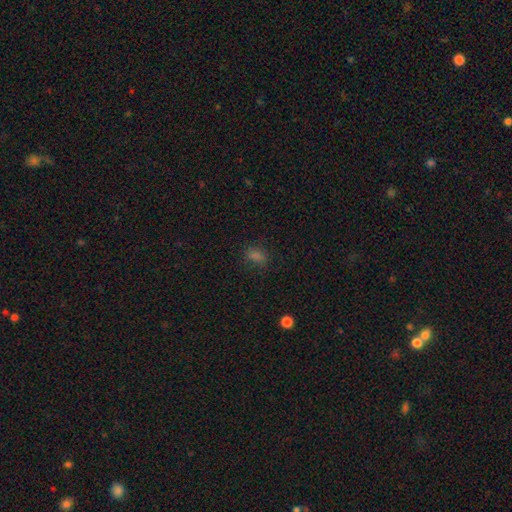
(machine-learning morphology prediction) Smooth or featured?
  - smooth: 74% *
  - star or artifact: 21%
  - featured or disk: 5%
How rounded?
  - in between: 76% *
  - round: 21%
  - cigar-shaped: 3%
Merging?
  - none: 81% *
  - minor disturbance: 13%
  - major disturbance: 4%
  - merger: 2%